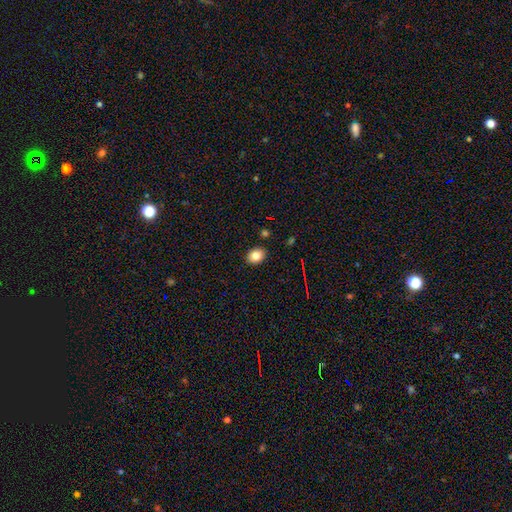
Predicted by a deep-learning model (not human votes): Overall: smooth (82%). How rounded: in between (61%; round 38%). Merging: none (89%).